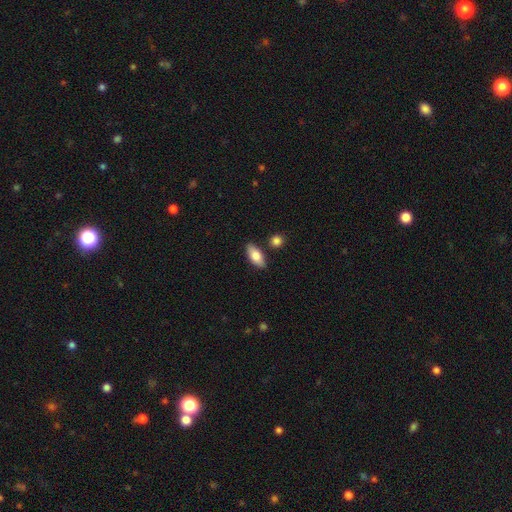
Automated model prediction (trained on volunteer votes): Smooth or featured? smooth (78%)
How rounded? in between (85%)
Merging? none (83%)